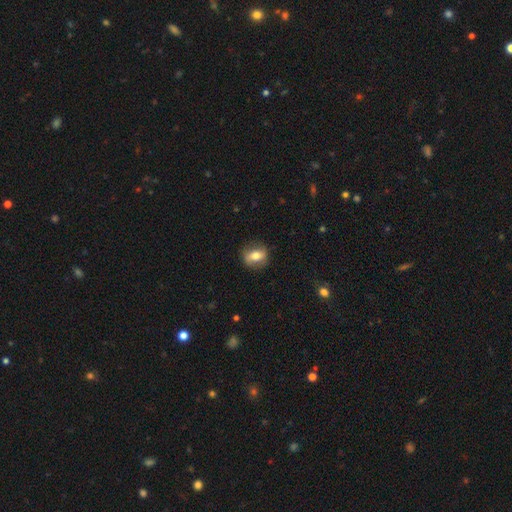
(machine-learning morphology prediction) Smooth or featured?
  - smooth: 58% *
  - featured or disk: 34%
  - star or artifact: 8%
How rounded?
  - in between: 52% *
  - round: 44%
  - cigar-shaped: 4%
Merging?
  - none: 83% *
  - minor disturbance: 12%
  - major disturbance: 4%
  - merger: 1%